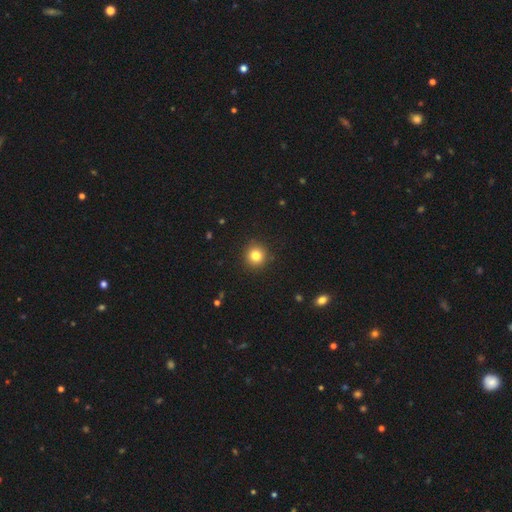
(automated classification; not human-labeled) A smooth galaxy with no disk features (81%) that is round (94%).

Vote fractions:
- Smooth or featured? smooth: 81% / star or artifact: 13% / featured or disk: 7%
- How rounded? round: 94% / in between: 5% / cigar-shaped: 1%
- Merging? none: 92% / minor disturbance: 5% / major disturbance: 2% / merger: 1%